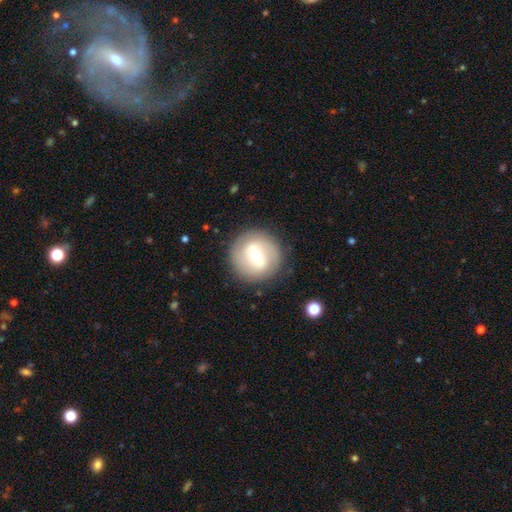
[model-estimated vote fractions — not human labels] Smooth or featured? featured or disk (53%)
Edge-on disk? no (95%)
Bar? weak (45%)
Spiral arms? yes (59%)
Bulge size? moderate (63%)
Merging? none (86%)